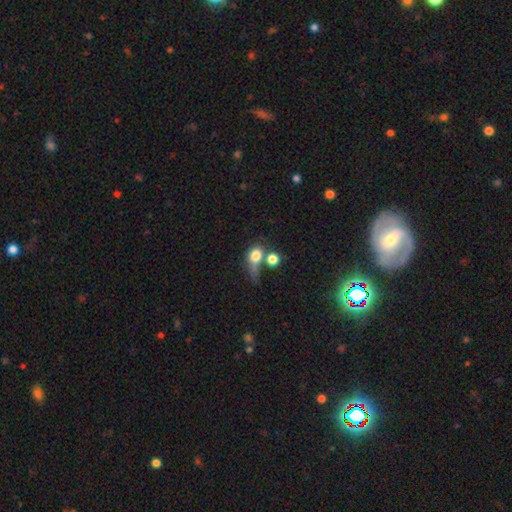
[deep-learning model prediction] Smooth or featured? Predicted: smooth (p=0.75). How rounded? Predicted: round (p=0.48, tied with in between). Merging? Predicted: merger (p=0.40).